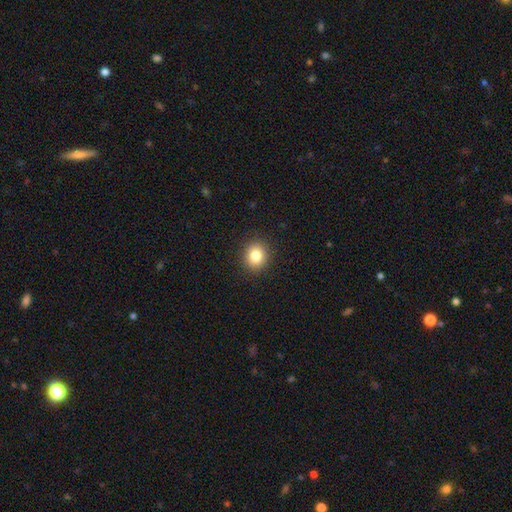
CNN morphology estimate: A smooth galaxy with no disk features (83%) that is round (78%). Merging: none (91%).